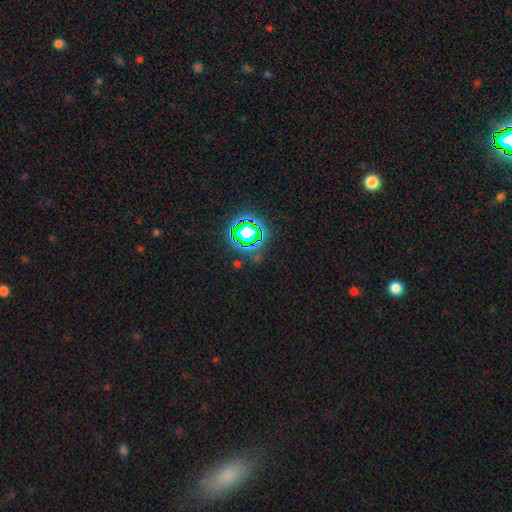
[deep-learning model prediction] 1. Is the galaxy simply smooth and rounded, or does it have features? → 77% star or artifact, 15% smooth, 8% featured or disk.